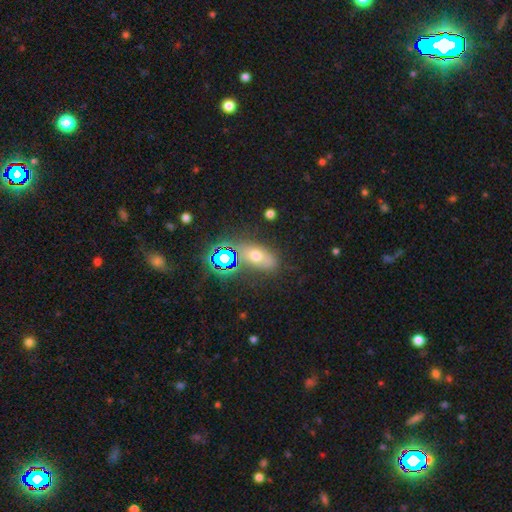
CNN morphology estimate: A smooth galaxy with no disk features (55%) that is in between round and cigar-shaped (77%).

Vote fractions:
- Smooth or featured? smooth: 55% / star or artifact: 28% / featured or disk: 17%
- How rounded? in between: 77% / round: 16% / cigar-shaped: 8%
- Merging? none: 71% / minor disturbance: 16% / major disturbance: 7% / merger: 7%